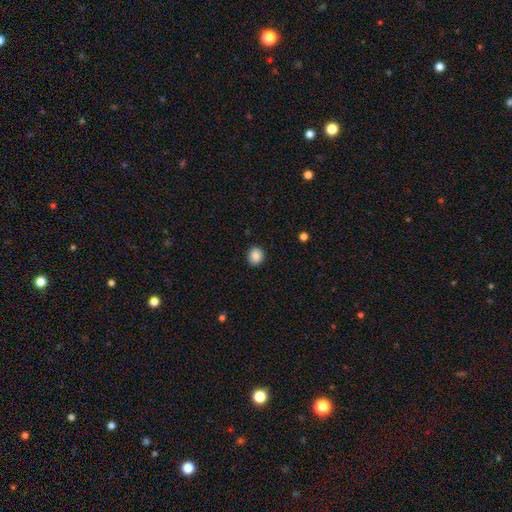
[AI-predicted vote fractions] A smooth galaxy with no disk features (87%) that is round (82%).

Vote fractions:
- Smooth or featured? smooth: 87% / star or artifact: 9% / featured or disk: 4%
- How rounded? round: 82% / in between: 17% / cigar-shaped: 1%
- Merging? none: 90% / minor disturbance: 7% / major disturbance: 2% / merger: 1%